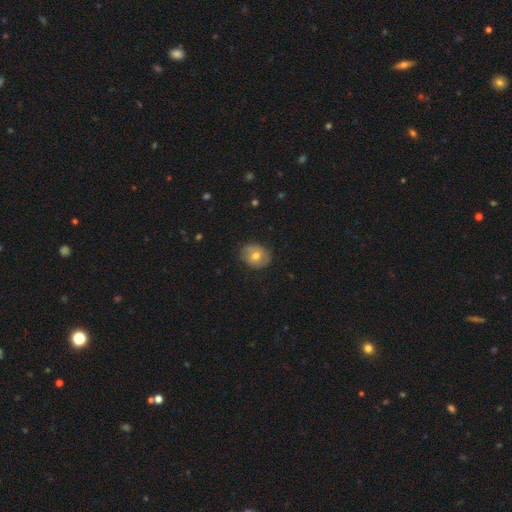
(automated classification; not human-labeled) This appears to be a smooth galaxy with no disk features (60%) that is round (62%). Merging: none (77%).